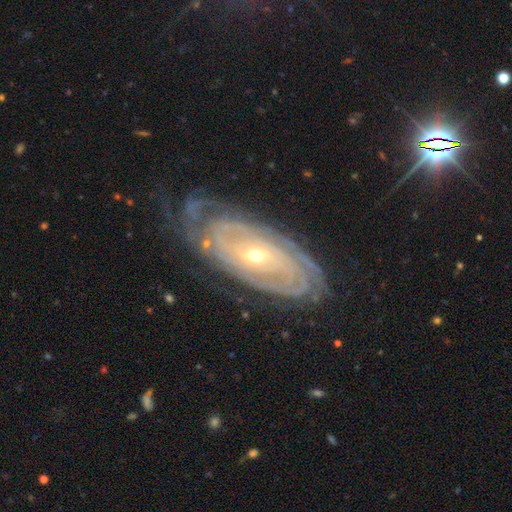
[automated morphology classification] A featured or disk galaxy (88%) with no bar (63%), tight (85%) spiral arms (96%) and a small central bulge (67%). Merging: none (74%).